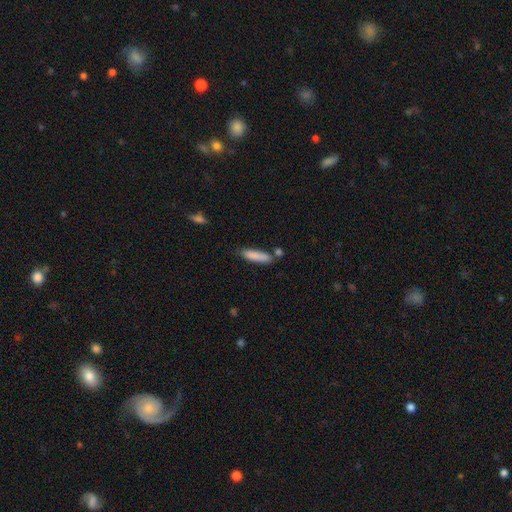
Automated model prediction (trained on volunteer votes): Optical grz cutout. It shows a smooth galaxy with no disk features (85%) that is cigar-shaped (79%). Merging: none (74%).